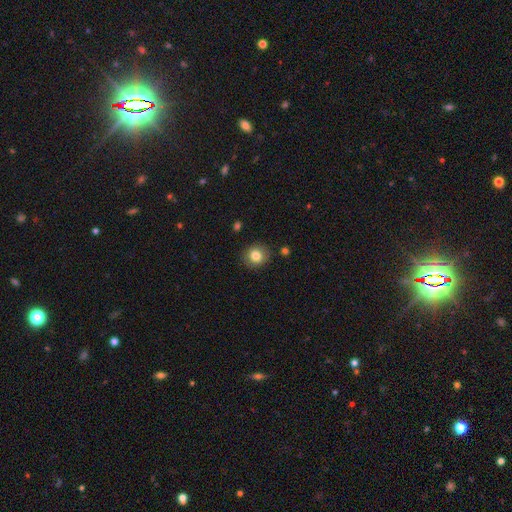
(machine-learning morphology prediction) This appears to be a smooth galaxy with no disk features (82%) that is round (80%). Merging: none (87%).